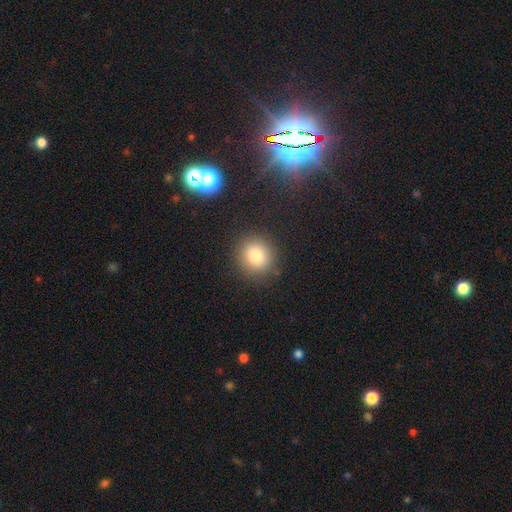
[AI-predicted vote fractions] Overall: smooth (81%). How rounded: round (86%). Merging: none (88%).